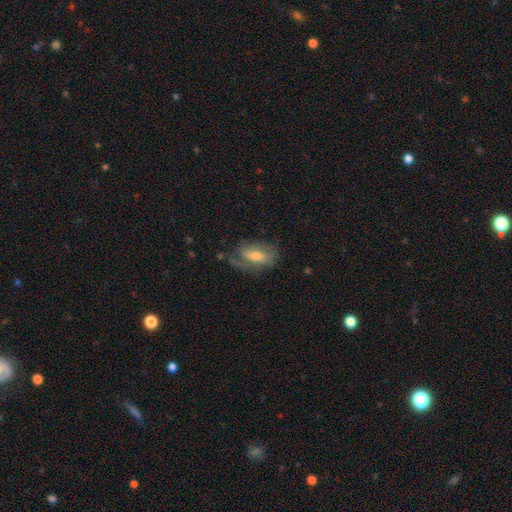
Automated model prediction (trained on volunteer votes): smooth_or_featured: featured or disk (p=0.58) [alt: smooth p=0.33]
disk_edge_on: no (p=0.88) [alt: yes p=0.12]
bar: no (p=0.41) [alt: weak p=0.38]
has_spiral_arms: yes (p=0.71) [alt: no p=0.29]
bulge_size: moderate (p=0.56) [alt: small p=0.34]
merging: none (p=0.51) [alt: minor disturbance p=0.25]